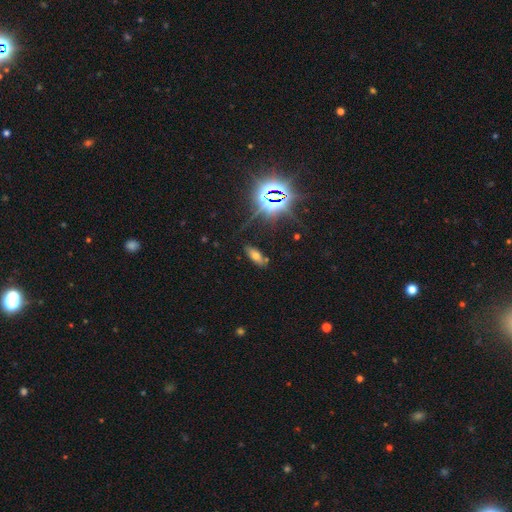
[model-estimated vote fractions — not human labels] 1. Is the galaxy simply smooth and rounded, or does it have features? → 50% smooth, 33% star or artifact, 17% featured or disk.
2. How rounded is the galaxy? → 78% in between, 18% cigar-shaped, 4% round.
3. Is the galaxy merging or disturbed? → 79% none, 13% minor disturbance, 4% major disturbance, 3% merger.